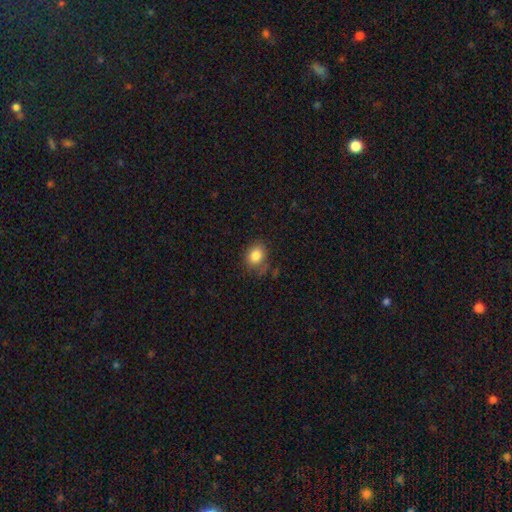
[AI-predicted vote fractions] Smooth or featured? Predicted: smooth (p=0.84). How rounded? Predicted: round (p=0.51). Merging? Predicted: none (p=0.70).